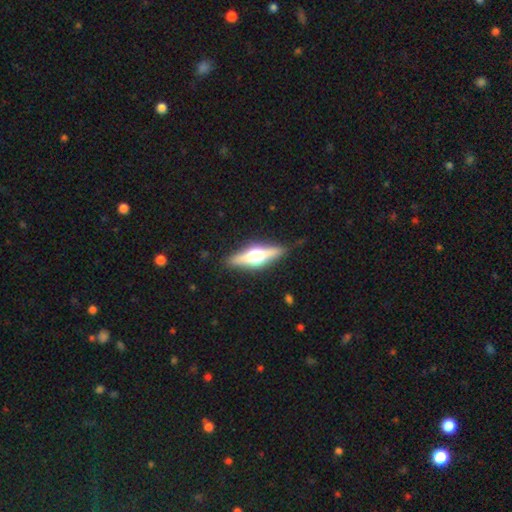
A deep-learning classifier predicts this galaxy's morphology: This appears to be a featured or disk galaxy (68%) viewed edge-on (95%) with a rounded central bulge (94%). Merging: none (87%).